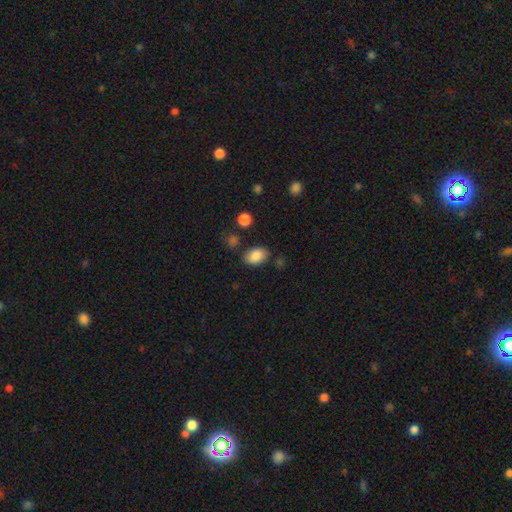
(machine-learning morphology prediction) Smooth or featured: smooth — 86% (star or artifact — 8%)
How rounded: in between — 86% (round — 13%)
Merging: none — 79% (minor disturbance — 13%)